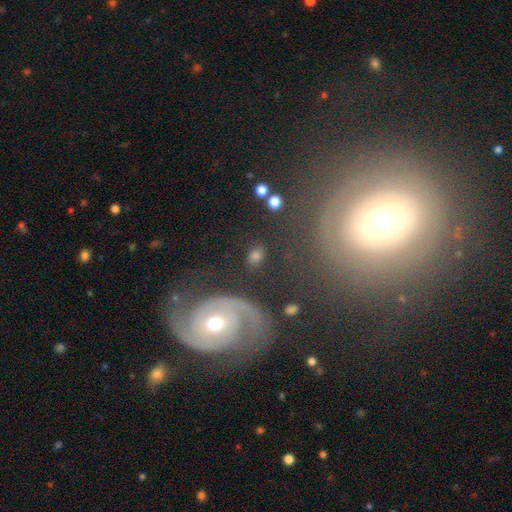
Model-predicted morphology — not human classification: Smooth or featured? Predicted: featured or disk (p=0.47). Merging? Predicted: none (p=0.68).